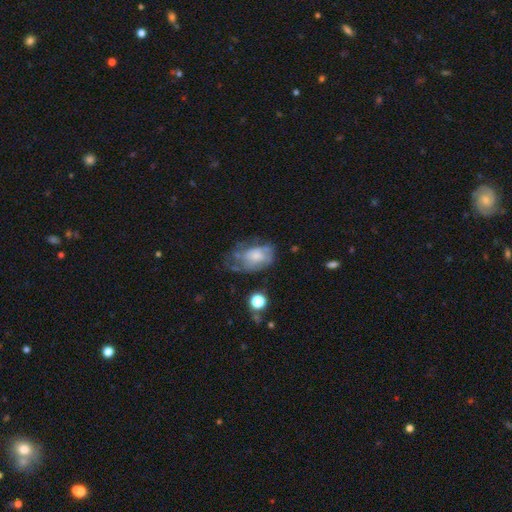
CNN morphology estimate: type=featured or disk (48%); merging=major disturbance (35%).